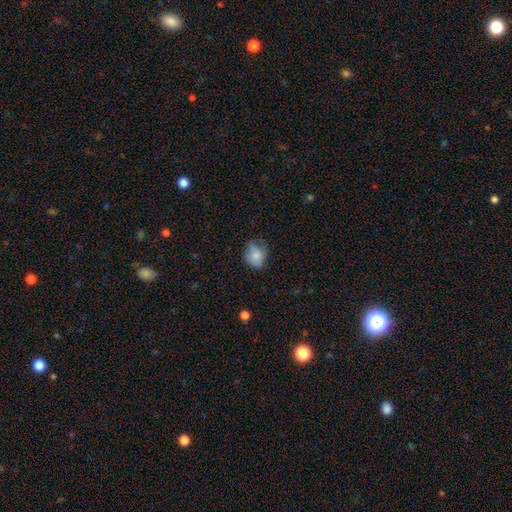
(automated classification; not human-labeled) Smooth or featured? Predicted: smooth (p=0.78). How rounded? Predicted: round (p=0.57). Merging? Predicted: none (p=0.56).